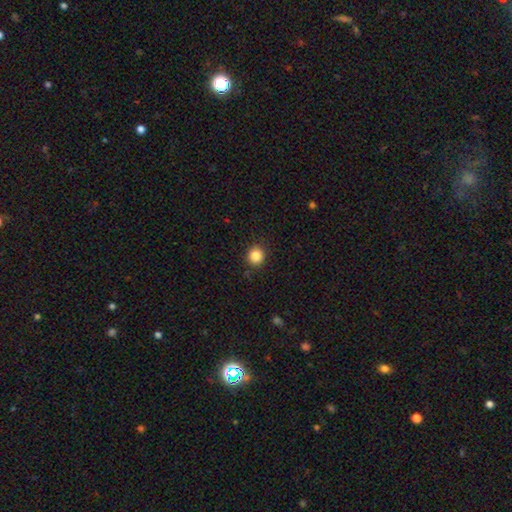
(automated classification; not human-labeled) This is clearly a smooth galaxy (85%). How rounded: clearly round (90%). Merging: clearly none (90%).